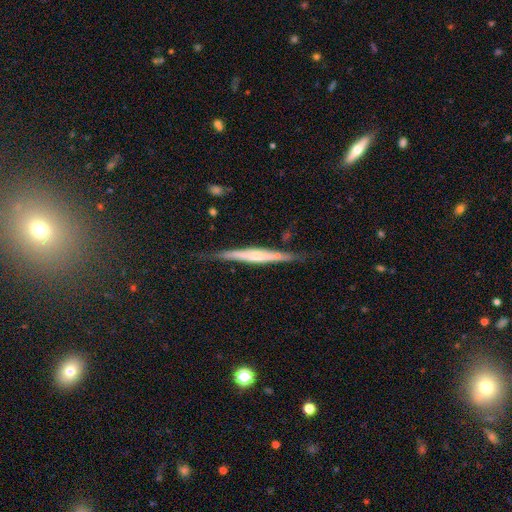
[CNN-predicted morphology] This is likely a featured or disk galaxy (68%). It is clearly viewed edge-on (95%). Edge-on bulge: possibly rounded (52%). Merging: likely none (76%).